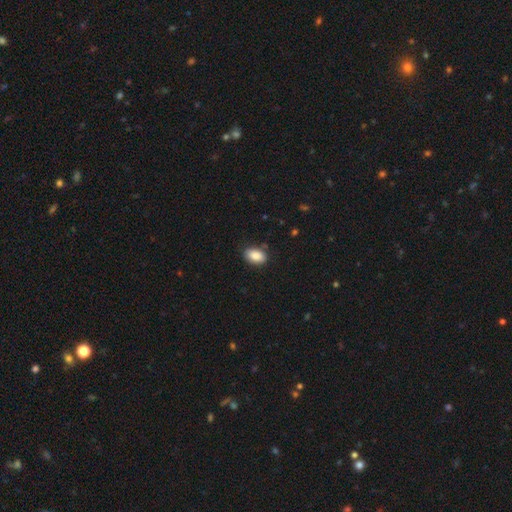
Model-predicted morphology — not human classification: A smooth galaxy with no disk features (88%) that is in between round and cigar-shaped (91%).

Vote fractions:
- Smooth or featured? smooth: 88% / star or artifact: 7% / featured or disk: 4%
- How rounded? in between: 91% / round: 8% / cigar-shaped: 1%
- Merging? none: 83% / minor disturbance: 13% / major disturbance: 3% / merger: 2%